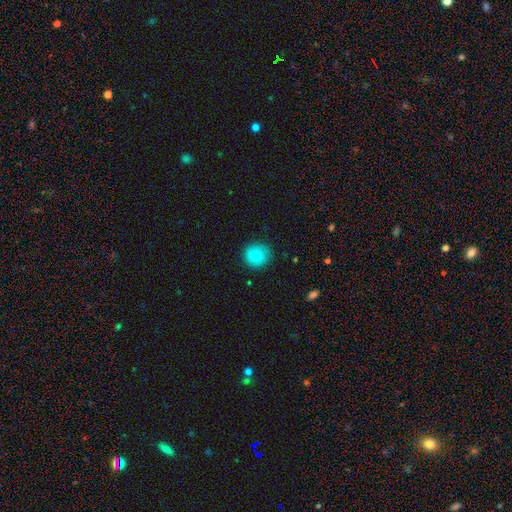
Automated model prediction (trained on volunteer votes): Smooth or featured? smooth (84%)
How rounded? round (89%)
Merging? none (85%)